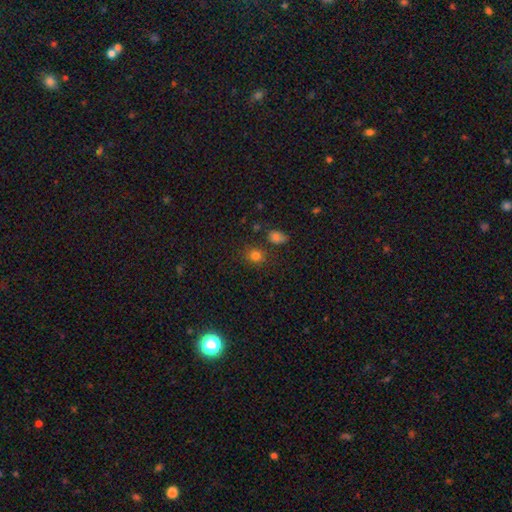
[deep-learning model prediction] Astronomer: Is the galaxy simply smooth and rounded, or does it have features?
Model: smooth — 78%.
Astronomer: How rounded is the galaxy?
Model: round — 76%.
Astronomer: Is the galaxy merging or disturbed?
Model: none — 78%.